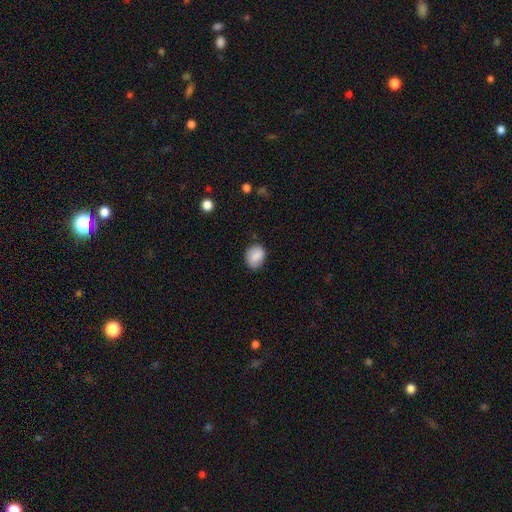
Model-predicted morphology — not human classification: This appears to be a smooth galaxy with no disk features (85%) that is in between round and cigar-shaped (52%). Merging: none (77%).